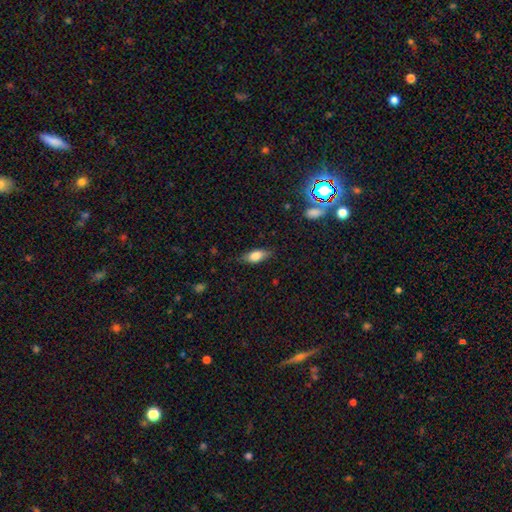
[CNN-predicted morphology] type=smooth (77%); roundness=in between (82%); merging=none (79%).